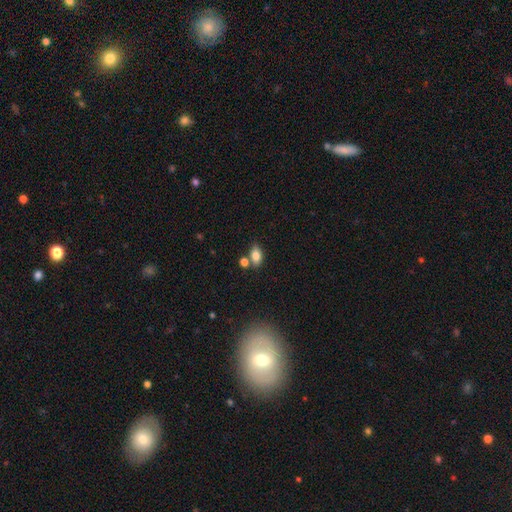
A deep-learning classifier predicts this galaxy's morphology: Smooth or featured?
  - smooth: 81% *
  - featured or disk: 10%
  - star or artifact: 9%
How rounded?
  - in between: 86% *
  - round: 11%
  - cigar-shaped: 4%
Merging?
  - none: 64% *
  - merger: 19%
  - minor disturbance: 14%
  - major disturbance: 4%